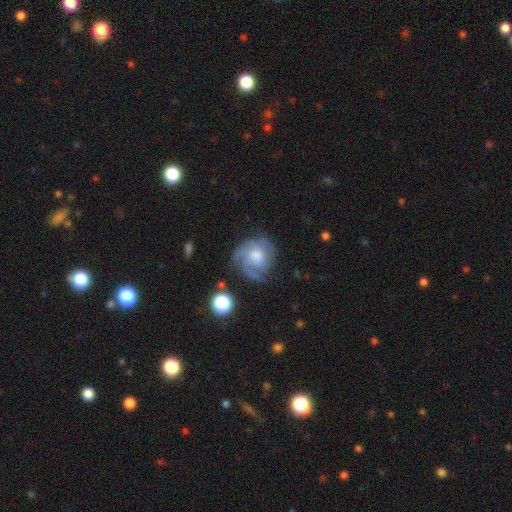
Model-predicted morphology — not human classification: The model was most divided on "spiral arm count": can't tell: 29%, 3: 24%, 2: 21%, 1: 17%, 4: 5%, more than 4: 4%. Remaining: edge-on disk — no (98%); spiral arms — yes (89%); bar — no (71%); smooth or featured — featured or disk (66%); merging — none (56%); bulge size — moderate (51%); spiral winding — tight (45%).